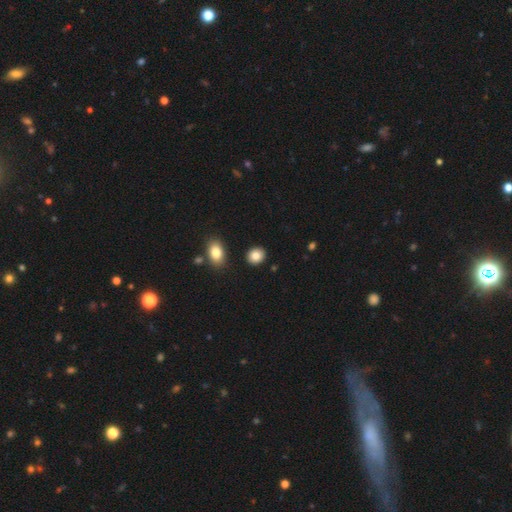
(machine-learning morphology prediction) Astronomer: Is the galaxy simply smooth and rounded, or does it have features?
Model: smooth — 85%.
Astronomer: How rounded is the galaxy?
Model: round — 71%.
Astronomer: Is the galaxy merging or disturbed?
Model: none — 89%.